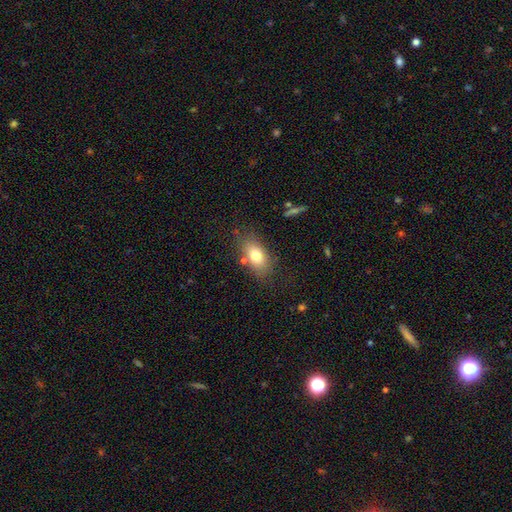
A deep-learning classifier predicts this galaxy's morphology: A smooth galaxy with no disk features (75%) that is in between round and cigar-shaped (86%).

Vote fractions:
- Smooth or featured? smooth: 75% / featured or disk: 16% / star or artifact: 9%
- How rounded? in between: 86% / round: 9% / cigar-shaped: 4%
- Merging? none: 74% / minor disturbance: 15% / merger: 5% / major disturbance: 5%